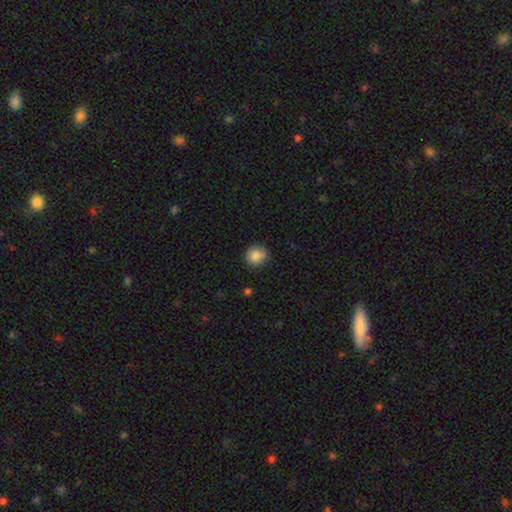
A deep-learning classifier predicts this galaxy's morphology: A smooth galaxy with no disk features (87%) that is round (81%). Merging: none (86%).